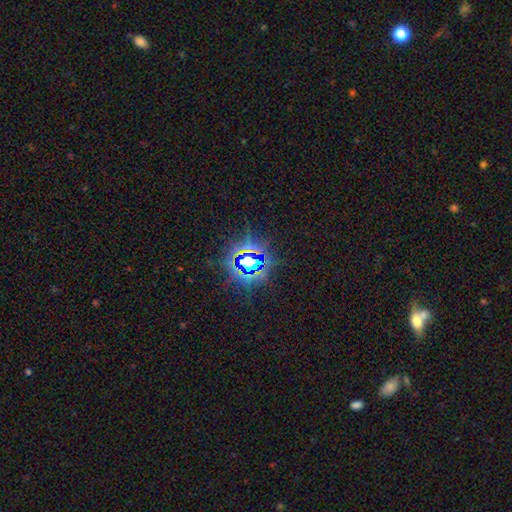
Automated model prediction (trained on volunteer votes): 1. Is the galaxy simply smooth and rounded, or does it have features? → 79% star or artifact, 14% smooth, 7% featured or disk.